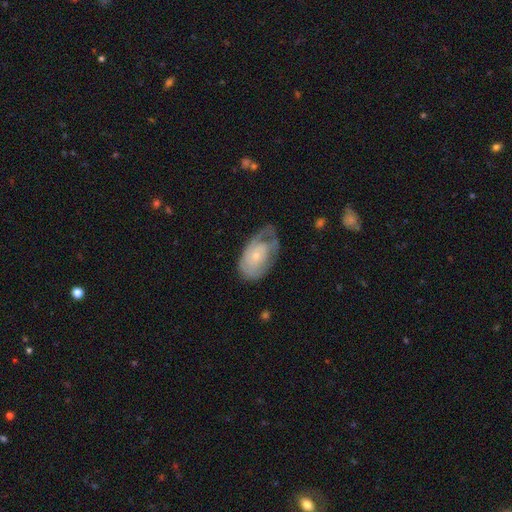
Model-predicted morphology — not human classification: Smooth or featured: featured or disk — 66% (smooth — 28%)
Edge-on disk: no — 95% (yes — 5%)
Bar: no — 79% (weak — 18%)
Spiral arms: yes — 78% (no — 22%)
Bulge size: small — 71% (moderate — 23%)
Merging: none — 44% (minor disturbance — 30%)